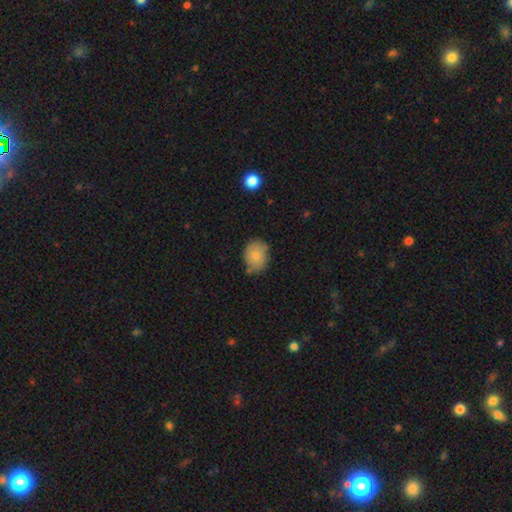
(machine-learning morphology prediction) A smooth galaxy with no disk features (79%) that is in between round and cigar-shaped (60%).

Vote fractions:
- Smooth or featured? smooth: 79% / featured or disk: 13% / star or artifact: 8%
- How rounded? in between: 60% / round: 39% / cigar-shaped: 1%
- Merging? none: 76% / minor disturbance: 17% / merger: 4% / major disturbance: 3%